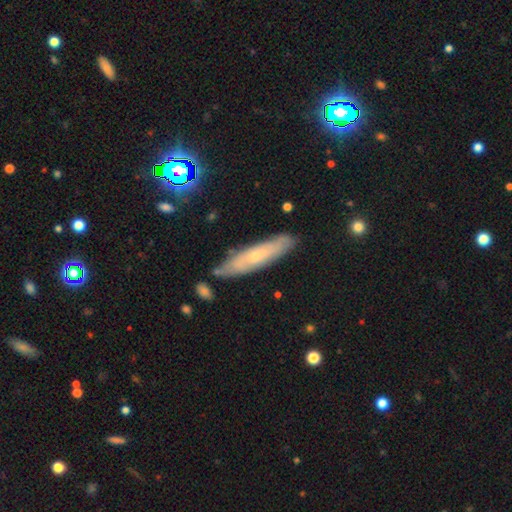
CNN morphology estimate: Q: Smooth or featured?
A: featured or disk (47%); runner-up: smooth (45%)
Q: Merging?
A: none (78%); runner-up: minor disturbance (15%)